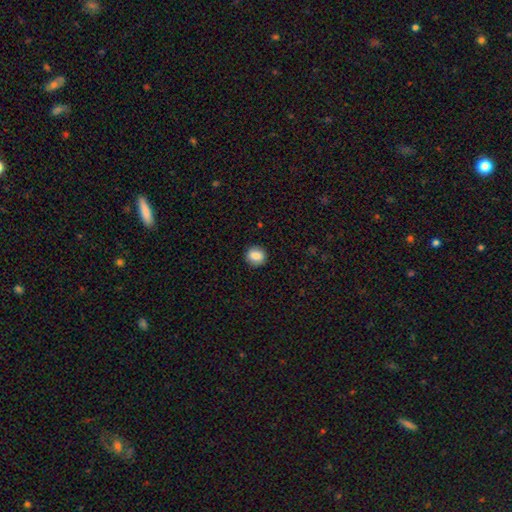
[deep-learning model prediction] Smooth or featured? Predicted: smooth (p=0.85). How rounded? Predicted: round (p=0.80). Merging? Predicted: none (p=0.90).